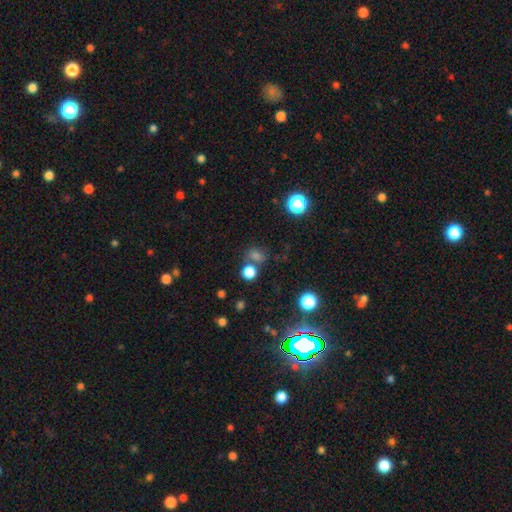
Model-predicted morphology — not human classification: Q: Smooth or featured?
A: smooth (58%); runner-up: star or artifact (34%)
Q: How rounded?
A: round (58%); runner-up: in between (40%)
Q: Merging?
A: none (62%); runner-up: merger (18%)